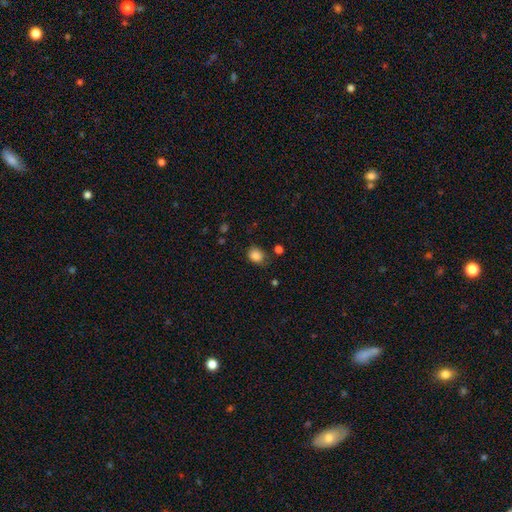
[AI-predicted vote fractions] smooth-or-featured: smooth: 85% | star or artifact: 10% | featured or disk: 5%
  how-rounded: round: 60% | in between: 39% | cigar-shaped: 1%
  merging: none: 70% | minor disturbance: 21% | major disturbance: 5% | merger: 3%